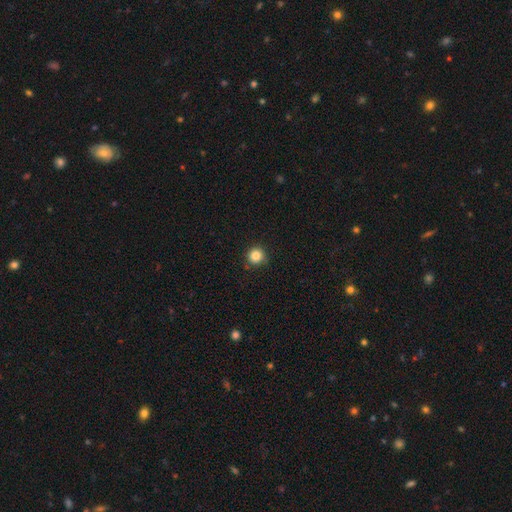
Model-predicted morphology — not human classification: Q: Smooth or featured?
A: smooth (84%); runner-up: star or artifact (11%)
Q: How rounded?
A: round (94%); runner-up: in between (5%)
Q: Merging?
A: none (84%); runner-up: minor disturbance (12%)